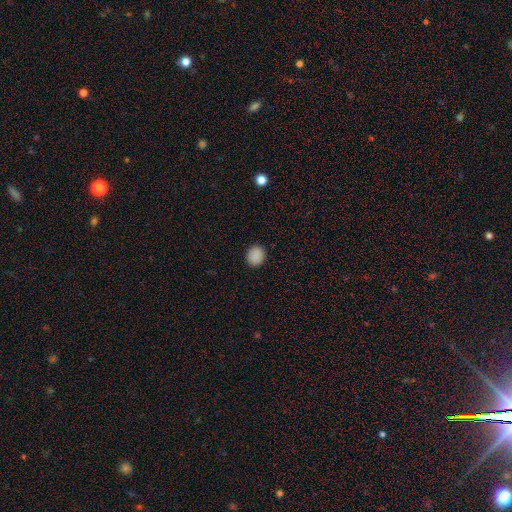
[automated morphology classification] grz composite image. It shows a smooth galaxy with no disk features (89%) that is round (75%). Merging: none (91%).